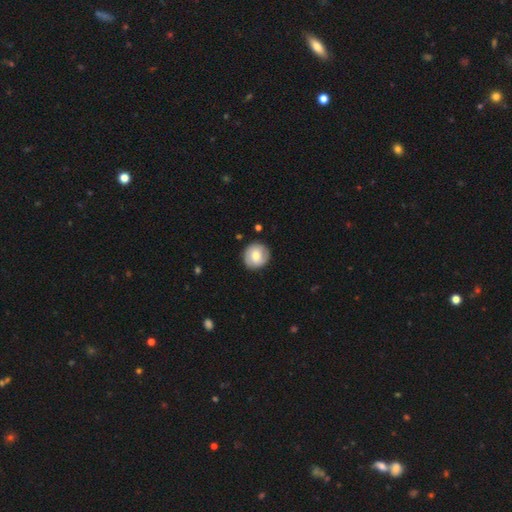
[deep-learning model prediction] A smooth galaxy with no disk features (63%) that is round (91%).

Vote fractions:
- Smooth or featured? smooth: 63% / featured or disk: 30% / star or artifact: 7%
- How rounded? round: 91% / in between: 8% / cigar-shaped: 1%
- Merging? none: 87% / minor disturbance: 9% / major disturbance: 2% / merger: 1%